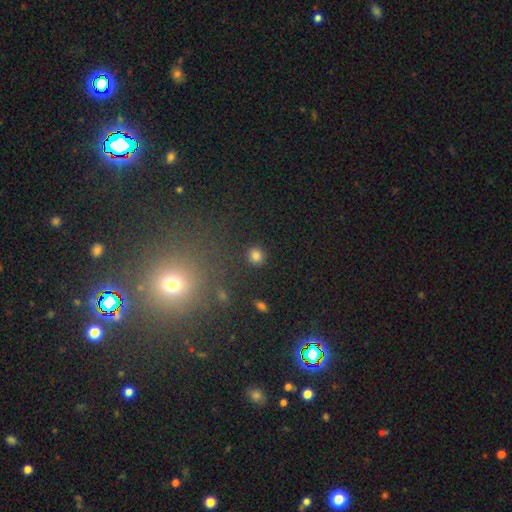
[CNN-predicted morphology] This is likely a smooth galaxy (79%). How rounded: clearly round (91%). Merging: clearly none (89%).